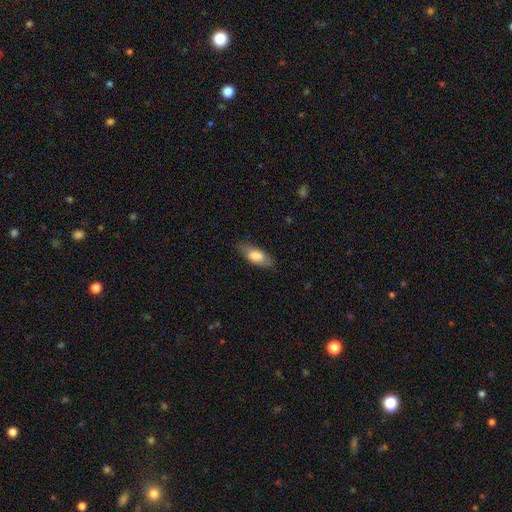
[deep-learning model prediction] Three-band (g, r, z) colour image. It shows a smooth galaxy with no disk features (71%) that is in between round and cigar-shaped (80%). Merging: none (78%).